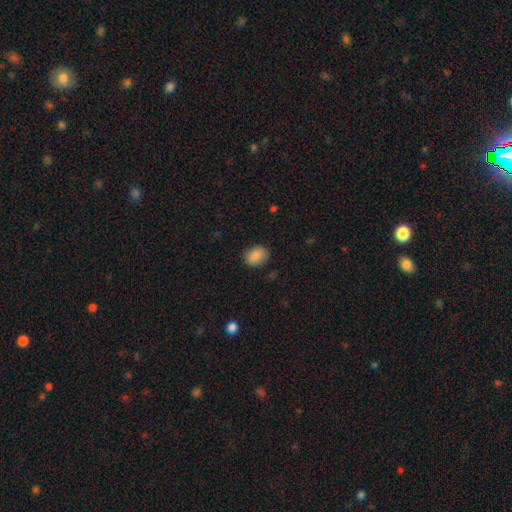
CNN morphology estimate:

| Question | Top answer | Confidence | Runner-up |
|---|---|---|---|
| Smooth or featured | smooth | 87% | star or artifact (8%) |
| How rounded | in between | 59% | round (40%) |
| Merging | none | 82% | minor disturbance (14%) |